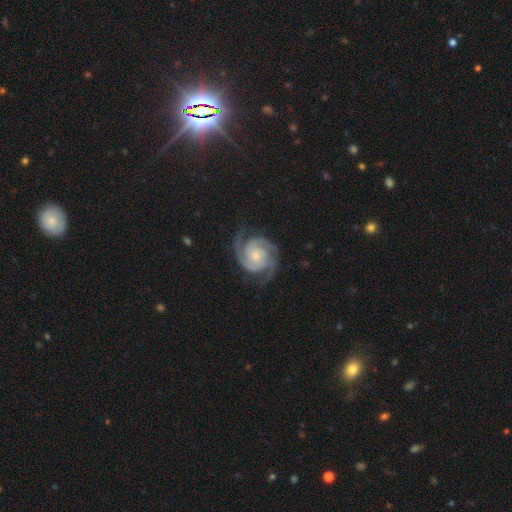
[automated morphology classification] Smooth or featured?
  - featured or disk: 93% *
  - star or artifact: 4%
  - smooth: 4%
Edge-on disk?
  - no: 98% *
  - yes: 2%
Bar?
  - no: 71% *
  - weak: 22%
  - strong: 7%
Spiral arms?
  - yes: 99% *
  - no: 1%
Spiral winding?
  - tight: 62% *
  - medium: 34%
  - loose: 5%
Spiral arm count?
  - 2: 55% *
  - 3: 31%
  - 4: 4%
  - can't tell: 4%
  - 1: 3%
  - more than 4: 3%
Bulge size?
  - small: 60% *
  - moderate: 31%
  - none: 5%
  - large: 3%
  - dominant: 1%
Merging?
  - none: 78% *
  - minor disturbance: 15%
  - major disturbance: 6%
  - merger: 1%